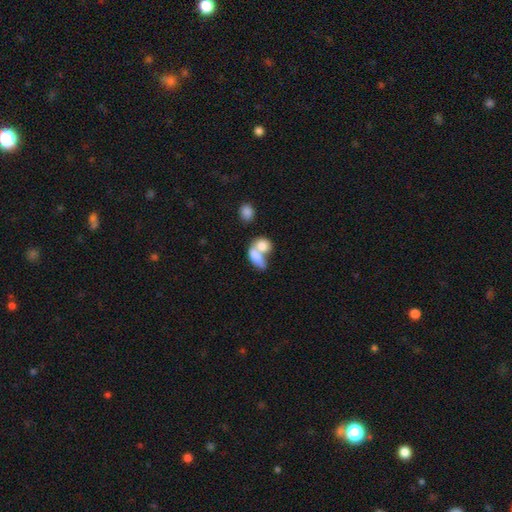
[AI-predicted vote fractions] smooth 75%, featured or disk 18%, star or artifact 7%. Down the decision tree: how rounded — in between (79%); merging — merger (69%).